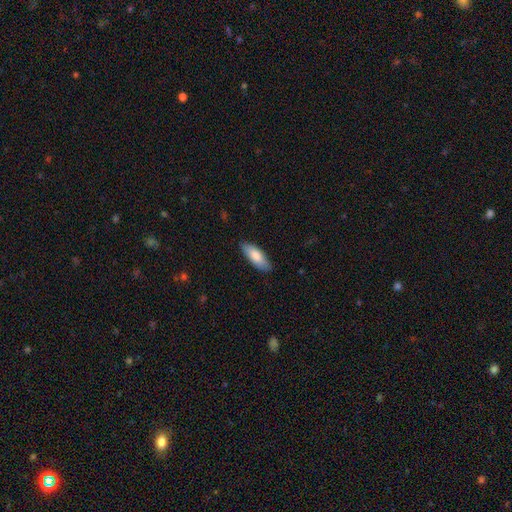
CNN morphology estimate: A smooth galaxy with no disk features (83%) that is in between round and cigar-shaped (72%).

Vote fractions:
- Smooth or featured? smooth: 83% / featured or disk: 11% / star or artifact: 5%
- How rounded? in between: 72% / cigar-shaped: 26% / round: 2%
- Merging? none: 86% / minor disturbance: 11% / major disturbance: 2% / merger: 1%